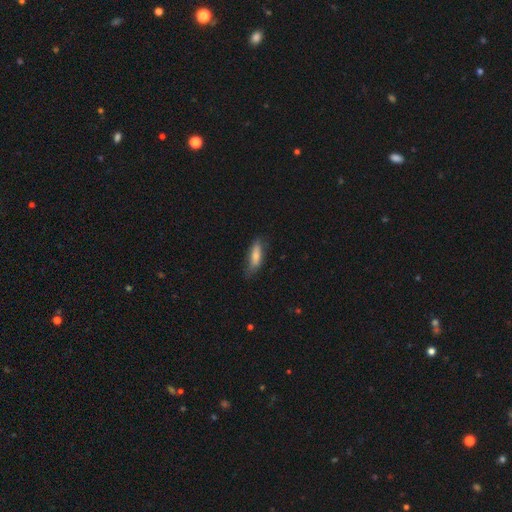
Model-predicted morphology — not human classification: Smooth or featured? smooth (71%)
How rounded? in between (51%)
Merging? none (66%)